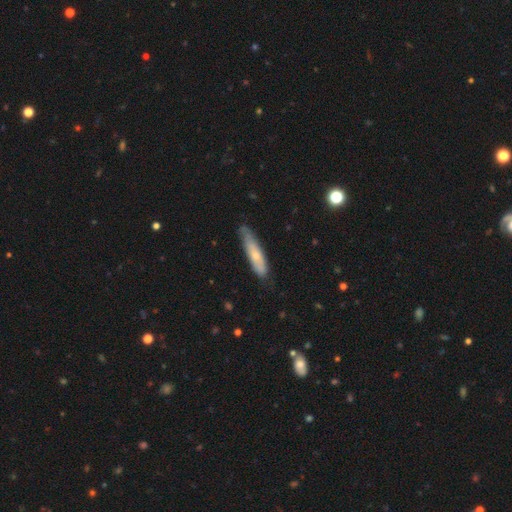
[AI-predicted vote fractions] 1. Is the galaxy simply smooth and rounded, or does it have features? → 61% smooth, 33% featured or disk, 6% star or artifact.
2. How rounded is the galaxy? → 79% cigar-shaped, 20% in between, 2% round.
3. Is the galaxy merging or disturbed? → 65% none, 28% minor disturbance, 5% major disturbance, 2% merger.